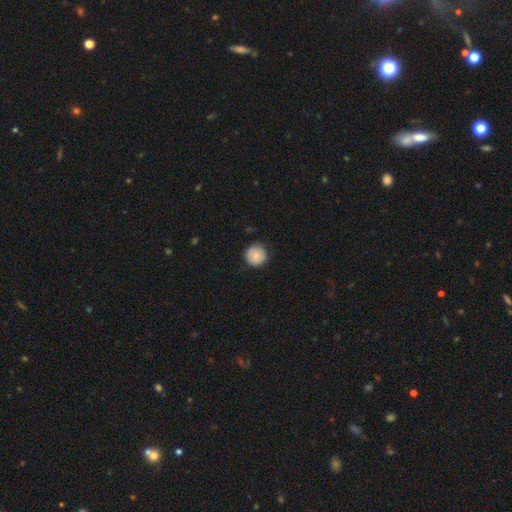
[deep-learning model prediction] Q: Smooth or featured?
A: smooth (76%); runner-up: featured or disk (17%)
Q: How rounded?
A: round (94%); runner-up: in between (5%)
Q: Merging?
A: none (80%); runner-up: minor disturbance (16%)